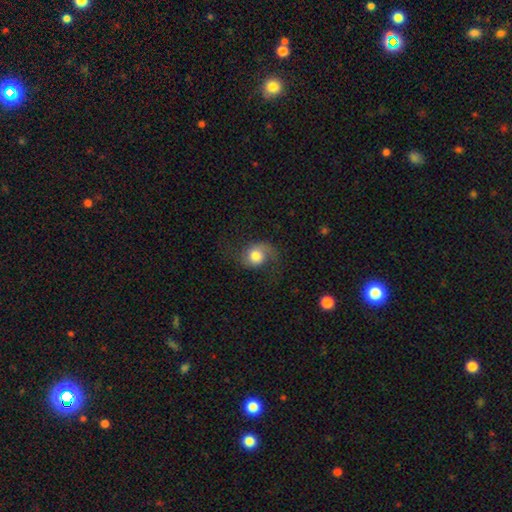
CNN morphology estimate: smooth 52%, featured or disk 40%, star or artifact 9%. Down the decision tree: how rounded — round (67%); merging — none (56%).